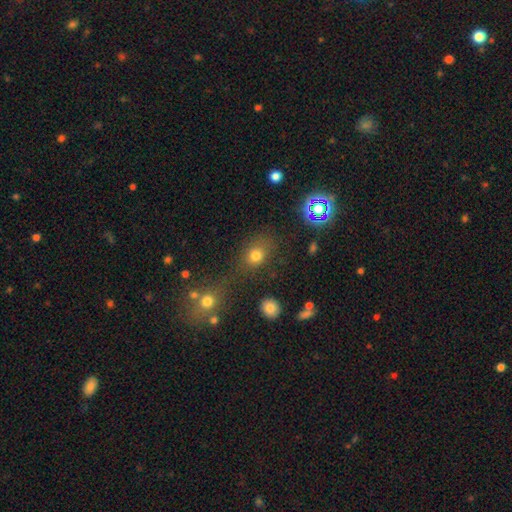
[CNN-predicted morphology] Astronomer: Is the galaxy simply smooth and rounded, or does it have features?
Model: smooth — 74%.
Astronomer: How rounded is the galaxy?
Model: round — 62%.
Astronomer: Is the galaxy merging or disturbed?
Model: none — 62%.